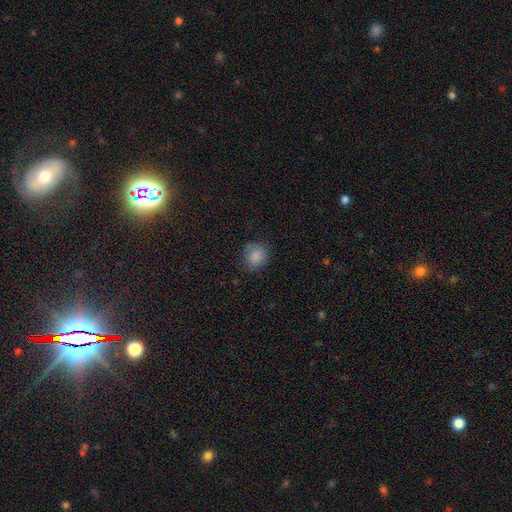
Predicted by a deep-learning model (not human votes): Q: Smooth or featured?
A: smooth (86%); runner-up: star or artifact (9%)
Q: How rounded?
A: round (74%); runner-up: in between (25%)
Q: Merging?
A: none (77%); runner-up: minor disturbance (17%)